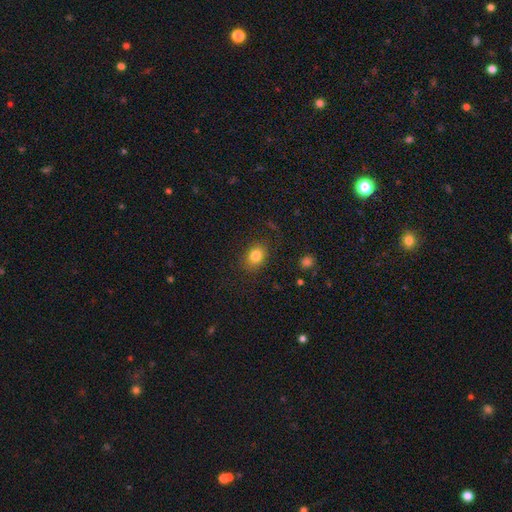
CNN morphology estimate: Smooth or featured? smooth (82%)
How rounded? in between (55%)
Merging? none (83%)